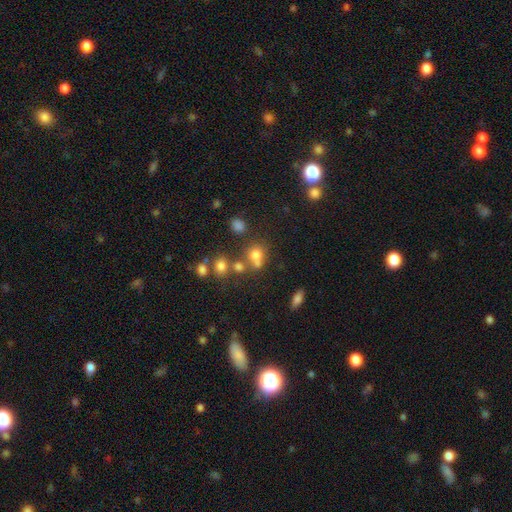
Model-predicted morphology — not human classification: The model was most divided on "merging": none: 46%, merger: 36%, minor disturbance: 12%, major disturbance: 6%. More confident: how rounded — round (74%); smooth or featured — smooth (70%).